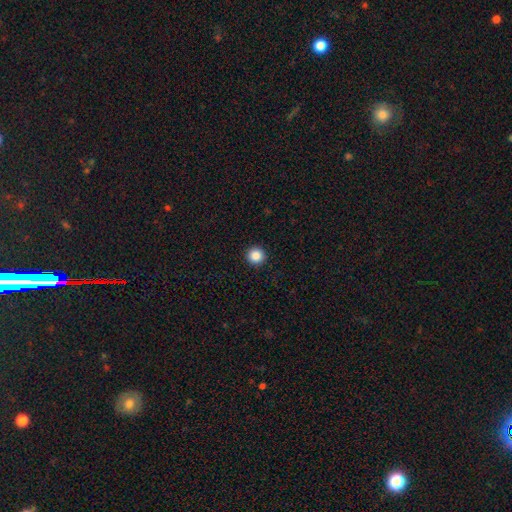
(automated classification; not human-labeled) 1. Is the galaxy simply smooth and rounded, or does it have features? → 86% smooth, 10% star or artifact, 4% featured or disk.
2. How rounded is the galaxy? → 96% round, 3% in between, 1% cigar-shaped.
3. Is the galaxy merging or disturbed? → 93% none, 4% minor disturbance, 1% major disturbance, 1% merger.